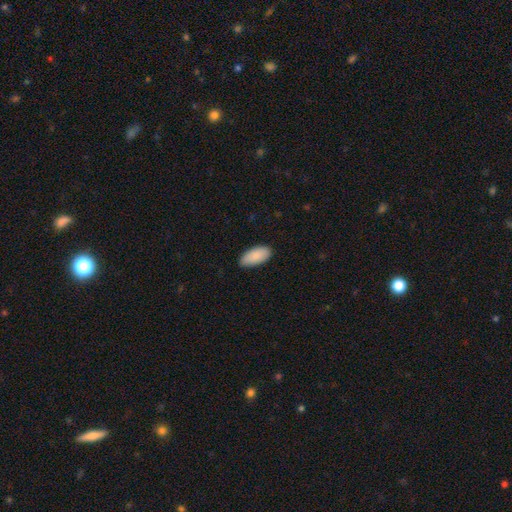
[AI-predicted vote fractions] This is clearly a smooth galaxy (89%). How rounded: clearly in between (93%). Merging: clearly none (83%).